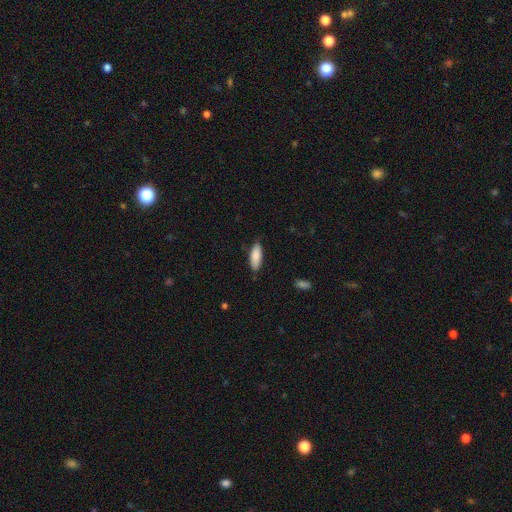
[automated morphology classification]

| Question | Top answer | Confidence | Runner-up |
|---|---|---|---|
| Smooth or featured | smooth | 87% | featured or disk (7%) |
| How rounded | in between | 74% | cigar-shaped (25%) |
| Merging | none | 79% | minor disturbance (17%) |